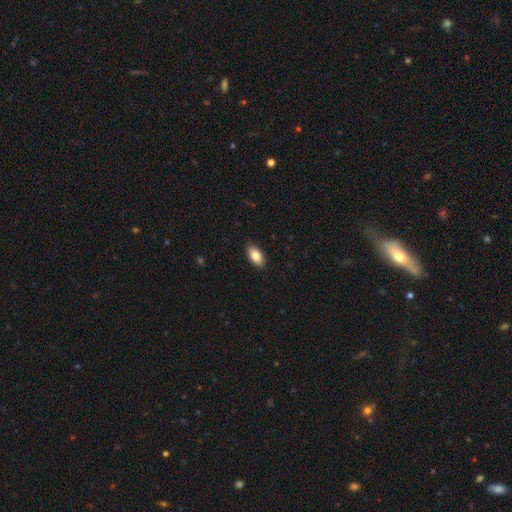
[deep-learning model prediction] smooth-or-featured: smooth: 83% | featured or disk: 11% | star or artifact: 7%
  how-rounded: in between: 92% | cigar-shaped: 4% | round: 4%
  merging: none: 90% | minor disturbance: 8% | major disturbance: 2% | merger: 1%